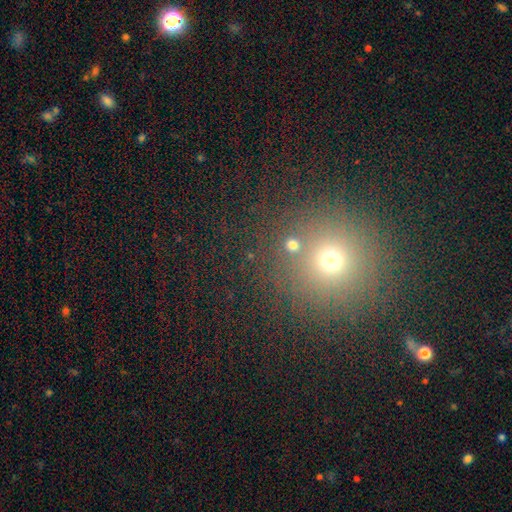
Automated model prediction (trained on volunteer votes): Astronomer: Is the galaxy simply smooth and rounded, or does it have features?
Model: smooth — 59%.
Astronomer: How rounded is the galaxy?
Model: round — 93%.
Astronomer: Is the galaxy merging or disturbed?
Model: none — 83%.